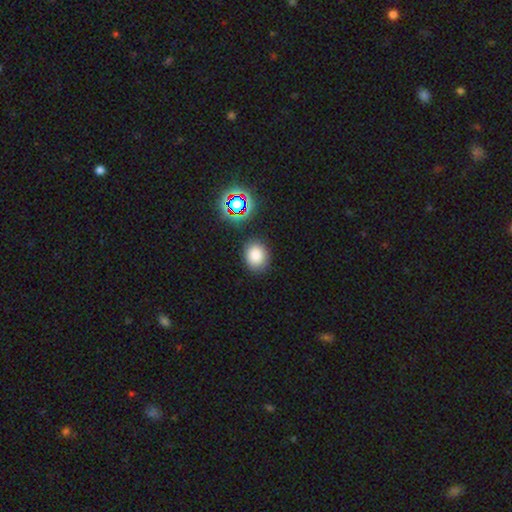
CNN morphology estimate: smooth_or_featured: smooth (p=0.81) [alt: star or artifact p=0.13]
how_rounded: round (p=0.56) [alt: in between p=0.43]
merging: none (p=0.85) [alt: minor disturbance p=0.10]